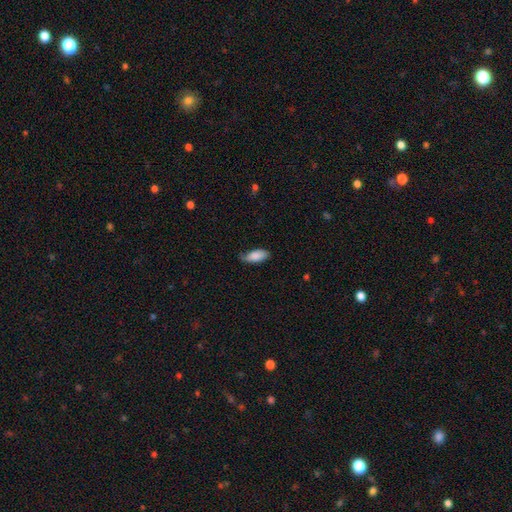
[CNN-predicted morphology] Smooth or featured? Predicted: smooth (p=0.84). How rounded? Predicted: in between (p=0.88). Merging? Predicted: none (p=0.60).